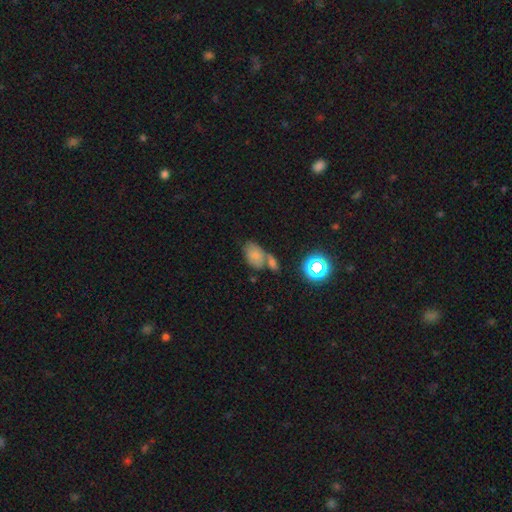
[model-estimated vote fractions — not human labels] Smooth or featured?
  - smooth: 72% *
  - star or artifact: 16%
  - featured or disk: 12%
How rounded?
  - in between: 87% *
  - round: 11%
  - cigar-shaped: 2%
Merging?
  - none: 40% * (tied)
  - merger: 40% * (tied)
  - minor disturbance: 14%
  - major disturbance: 6%